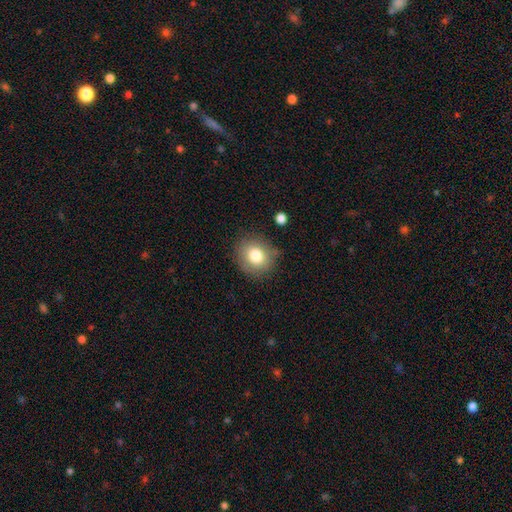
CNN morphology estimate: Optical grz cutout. It shows a smooth galaxy with no disk features (80%) that is round (76%). Merging: none (80%).